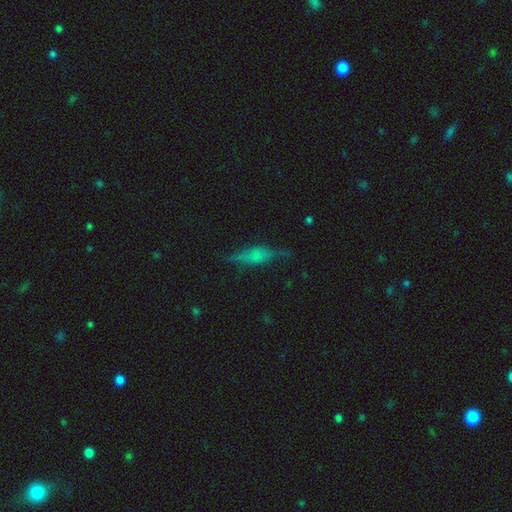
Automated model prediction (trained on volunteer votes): Q: Smooth or featured?
A: featured or disk (48%); runner-up: smooth (38%)
Q: Merging?
A: none (65%); runner-up: minor disturbance (23%)